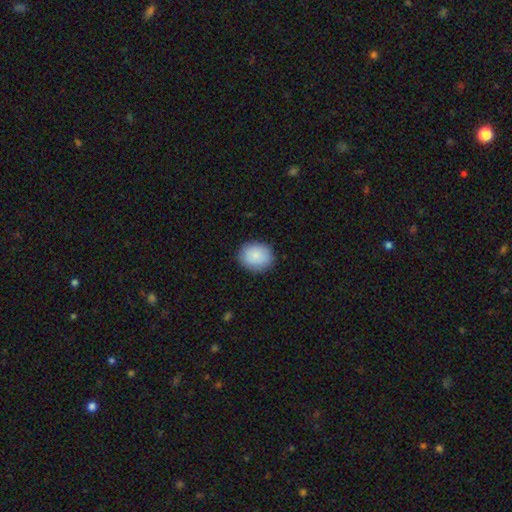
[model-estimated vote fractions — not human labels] Q: Smooth or featured?
A: smooth (87%); runner-up: star or artifact (7%)
Q: How rounded?
A: round (64%); runner-up: in between (35%)
Q: Merging?
A: none (87%); runner-up: minor disturbance (10%)